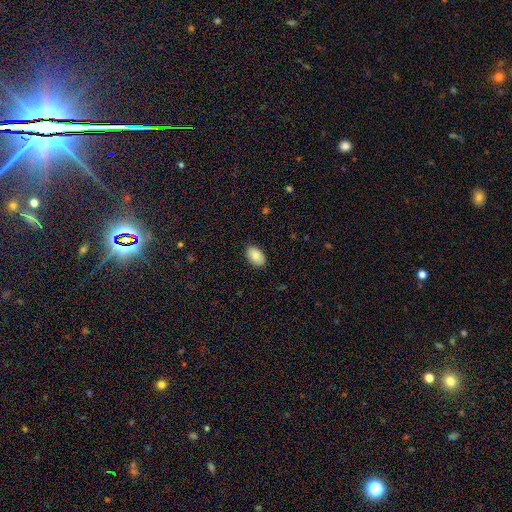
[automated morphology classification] Overall: smooth (85%). How rounded: in between (90%). Merging: none (87%).